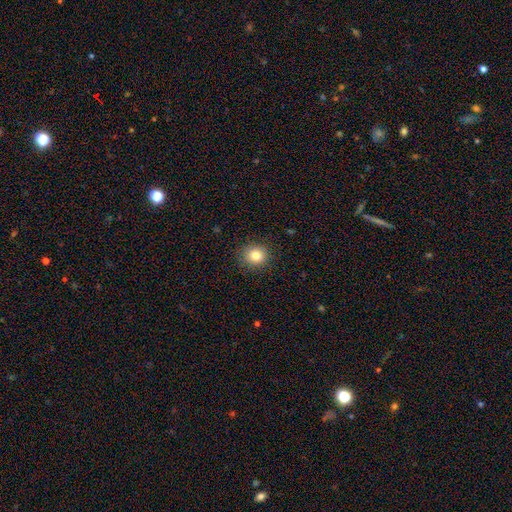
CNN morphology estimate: smooth 82%, star or artifact 11%, featured or disk 7%. Down the decision tree: how rounded — round (85%); merging — none (89%).